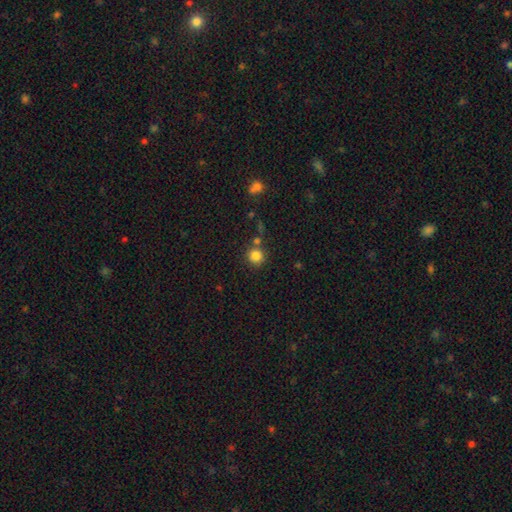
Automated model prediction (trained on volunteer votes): Morphology: type=smooth (83%); roundness=round (92%); merging=none (74%).